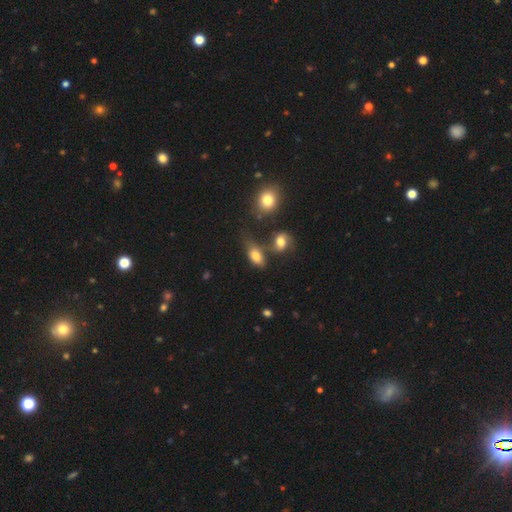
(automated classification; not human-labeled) A smooth galaxy with no disk features (78%) that is in between round and cigar-shaped (85%).

Vote fractions:
- Smooth or featured? smooth: 78% / featured or disk: 12% / star or artifact: 10%
- How rounded? in between: 85% / round: 10% / cigar-shaped: 4%
- Merging? none: 46% / merger: 23% / minor disturbance: 20% / major disturbance: 11%